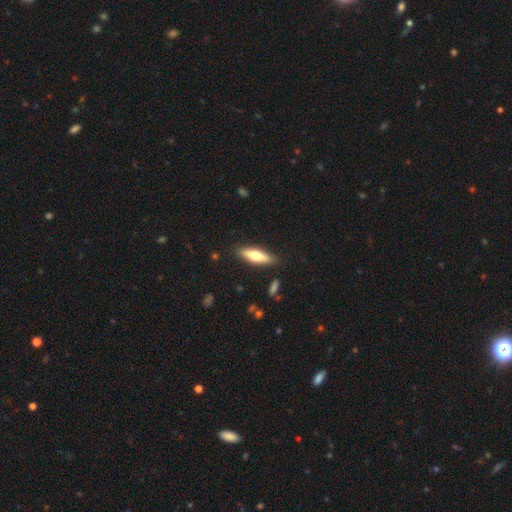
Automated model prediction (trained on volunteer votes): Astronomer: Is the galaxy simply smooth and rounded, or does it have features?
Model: smooth — 54% (runner-up: featured or disk, 40%).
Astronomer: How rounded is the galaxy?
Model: cigar-shaped — 63%.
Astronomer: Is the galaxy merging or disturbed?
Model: none — 87%.